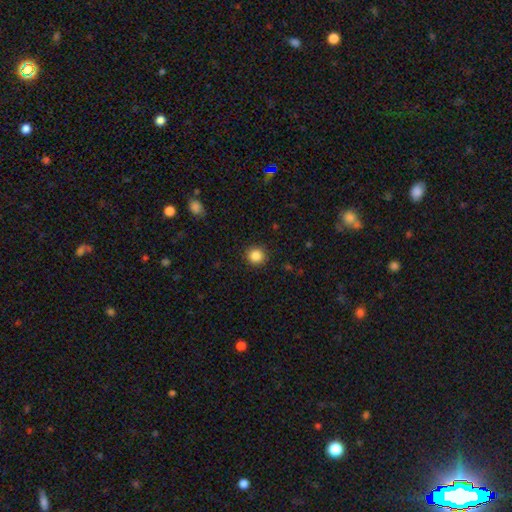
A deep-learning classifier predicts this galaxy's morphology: Smooth or featured?
  - smooth: 86% *
  - star or artifact: 10%
  - featured or disk: 4%
How rounded?
  - round: 94% *
  - in between: 5%
  - cigar-shaped: 1%
Merging?
  - none: 91% *
  - minor disturbance: 6%
  - major disturbance: 2%
  - merger: 1%